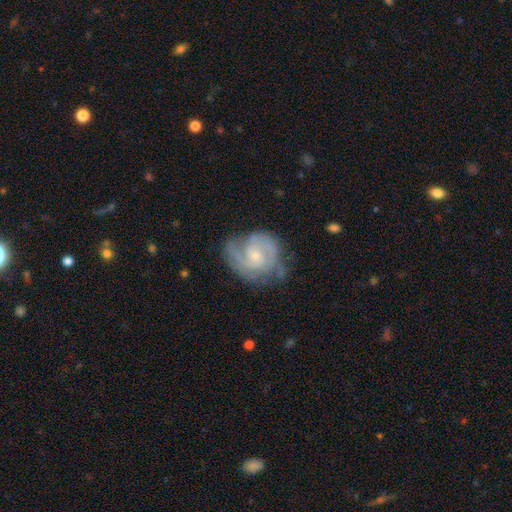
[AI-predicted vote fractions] Smooth or featured? featured or disk (85%)
Edge-on disk? no (98%)
Bar? no (63%)
Spiral arms? yes (96%)
Spiral winding? tight (48%)
Spiral arm count? 2 (53%)
Bulge size? small (63%)
Merging? none (64%)